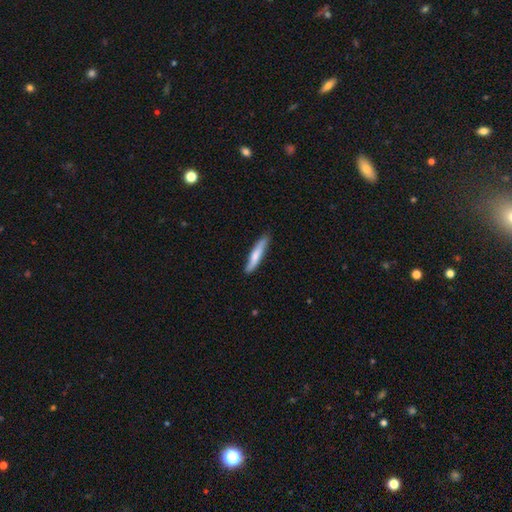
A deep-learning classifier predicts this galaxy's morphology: type=smooth (68%); roundness=cigar-shaped (89%); merging=none (83%).